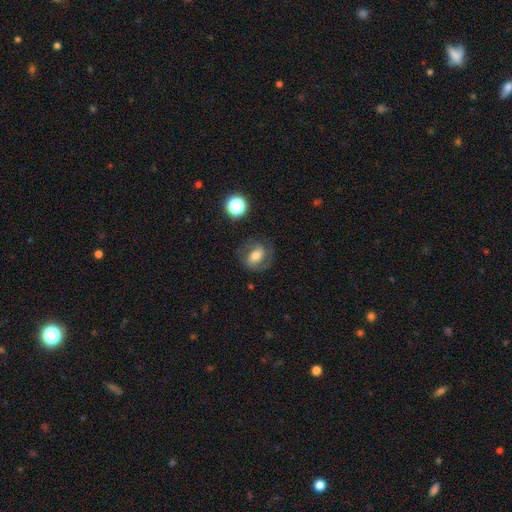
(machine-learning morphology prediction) A featured or disk galaxy (55%) with a weak bar (40%), spiral arms (80%) and a moderate central bulge (61%). Merging: none (74%).